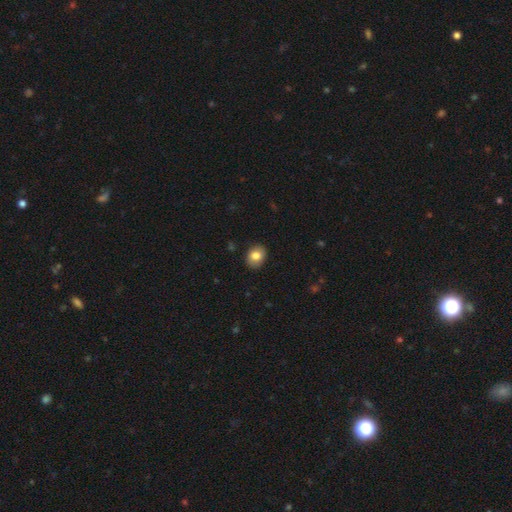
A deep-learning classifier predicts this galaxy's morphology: This is clearly a smooth galaxy (82%). How rounded: possibly in between (60%). Merging: clearly none (87%).